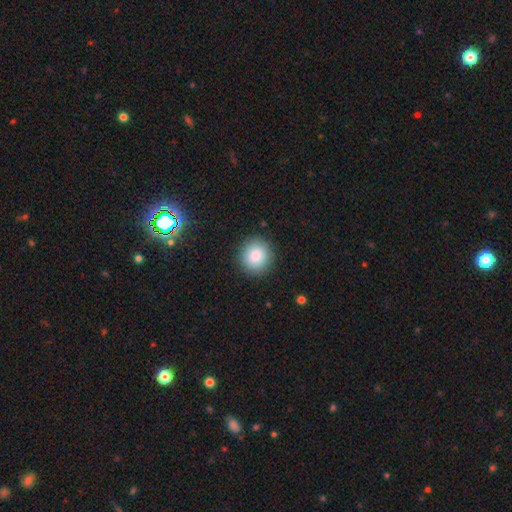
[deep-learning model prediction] smooth_or_featured: smooth (p=0.86) [alt: star or artifact p=0.09]
how_rounded: round (p=0.89) [alt: in between p=0.10]
merging: none (p=0.90) [alt: minor disturbance p=0.06]